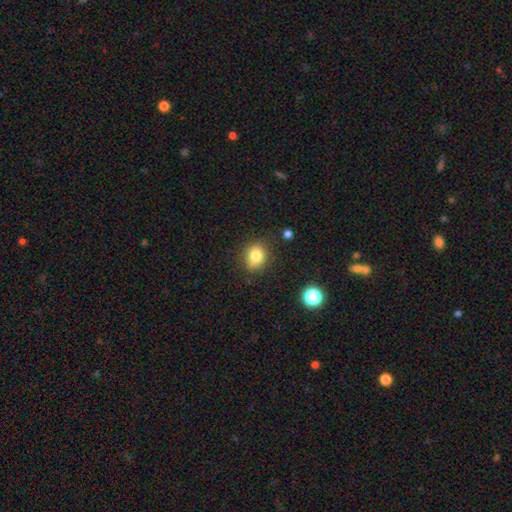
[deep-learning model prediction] Q: Smooth or featured?
A: smooth (81%); runner-up: star or artifact (12%)
Q: How rounded?
A: round (63%); runner-up: in between (36%)
Q: Merging?
A: none (80%); runner-up: minor disturbance (14%)